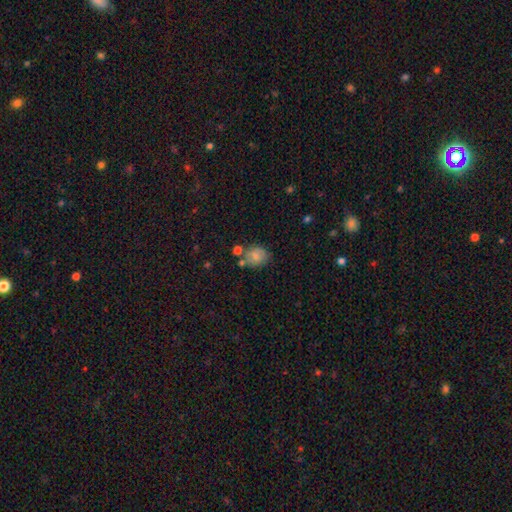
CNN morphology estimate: smooth-or-featured: smooth: 77% | featured or disk: 13% | star or artifact: 10%
  how-rounded: round: 63% | in between: 36% | cigar-shaped: 1%
  merging: none: 64% | minor disturbance: 17% | merger: 14% | major disturbance: 5%